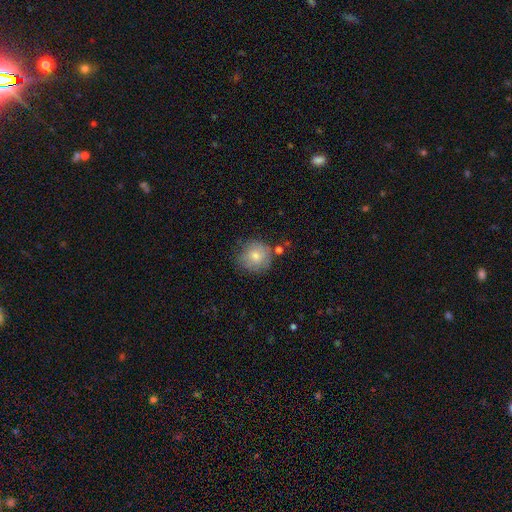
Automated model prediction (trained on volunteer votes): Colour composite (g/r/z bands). It shows a smooth galaxy with no disk features (67%) that is round (90%). Merging: none (73%).